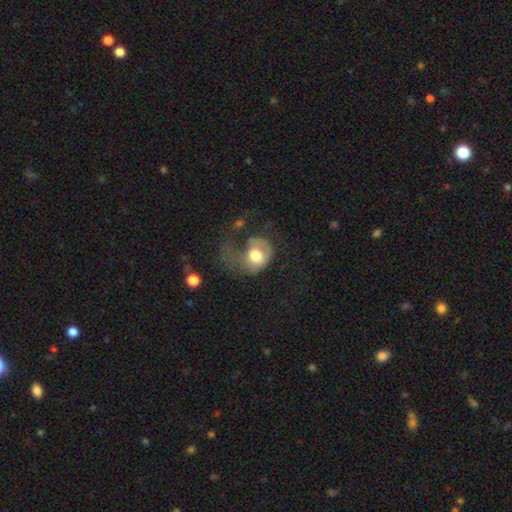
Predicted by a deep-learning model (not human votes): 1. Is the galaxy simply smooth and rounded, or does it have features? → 55% smooth, 37% featured or disk, 7% star or artifact.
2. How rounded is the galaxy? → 58% round, 41% in between, 1% cigar-shaped.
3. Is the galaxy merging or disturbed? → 66% major disturbance, 16% minor disturbance, 15% none, 4% merger.